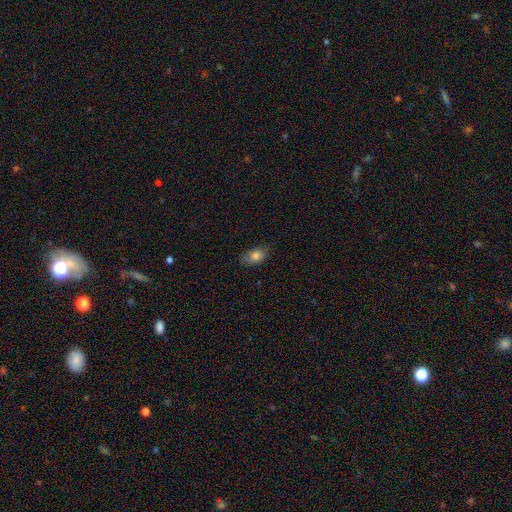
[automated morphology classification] The model was most divided on "merging": none: 76%, minor disturbance: 19%, major disturbance: 4%, merger: 1%. More confident: how rounded — in between (86%); smooth or featured — smooth (82%).